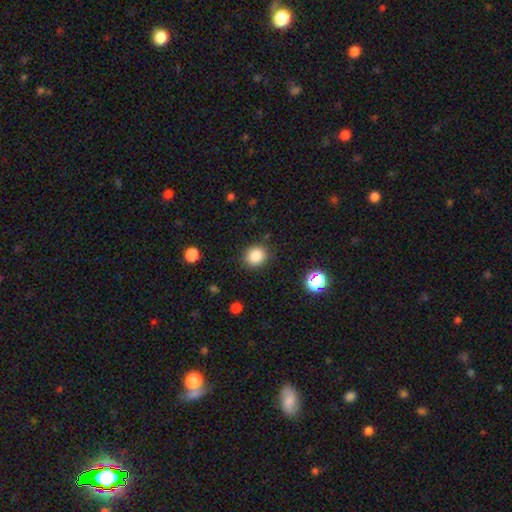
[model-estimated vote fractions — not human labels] This is clearly a smooth galaxy (85%). How rounded: clearly round (84%). Merging: clearly none (87%).